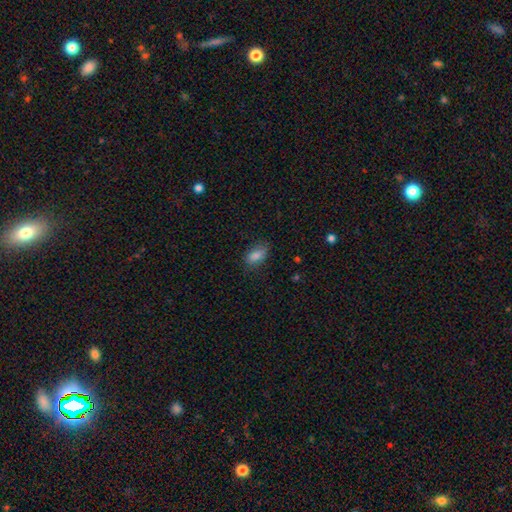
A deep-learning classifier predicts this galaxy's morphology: This is clearly a smooth galaxy (85%). How rounded: clearly in between (88%). Merging: likely none (75%).